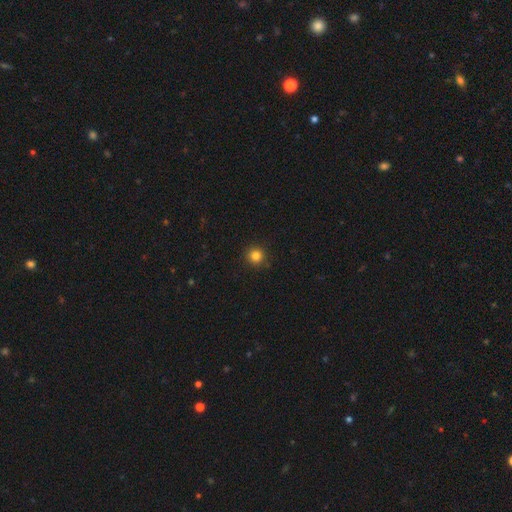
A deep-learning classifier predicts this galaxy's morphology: smooth 82%, star or artifact 13%, featured or disk 5%. Down the decision tree: how rounded — round (95%); merging — none (92%).